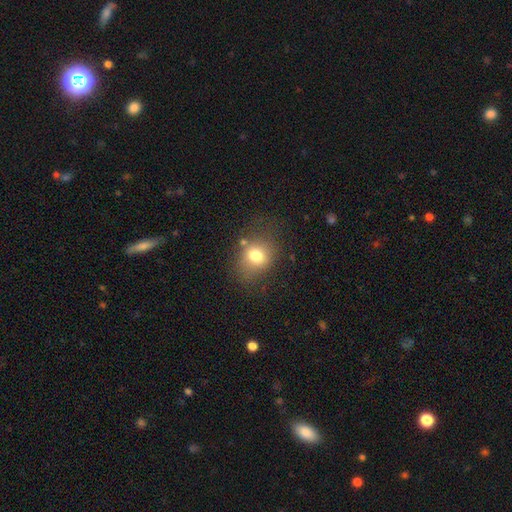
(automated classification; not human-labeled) This is likely a smooth galaxy (74%). How rounded: possibly round (60%). Merging: likely none (66%).